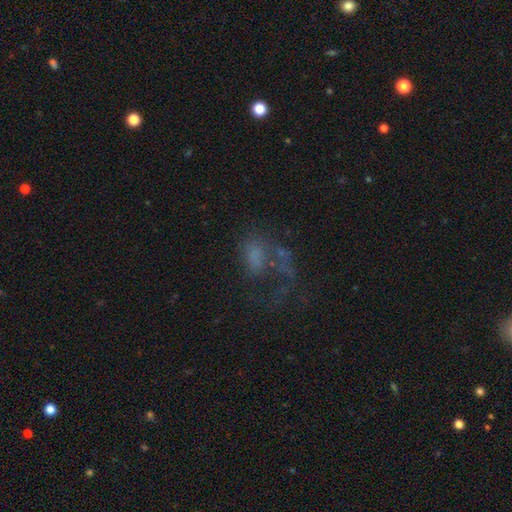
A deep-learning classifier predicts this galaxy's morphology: Overall: featured or disk (39%, tied with smooth). Merging: major disturbance (52%; none 25%).